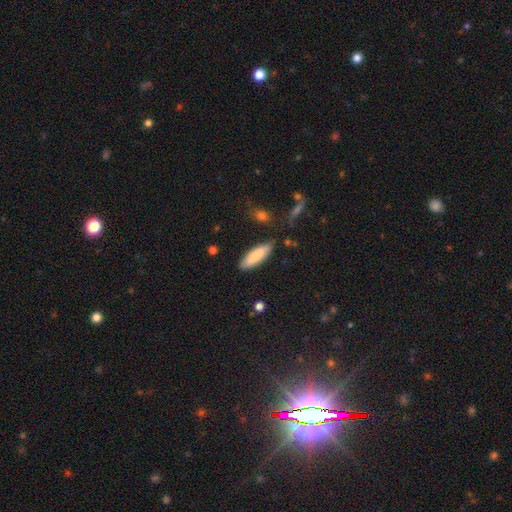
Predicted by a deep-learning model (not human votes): Morphology: type=smooth (81%); roundness=cigar-shaped (51%); merging=none (84%).